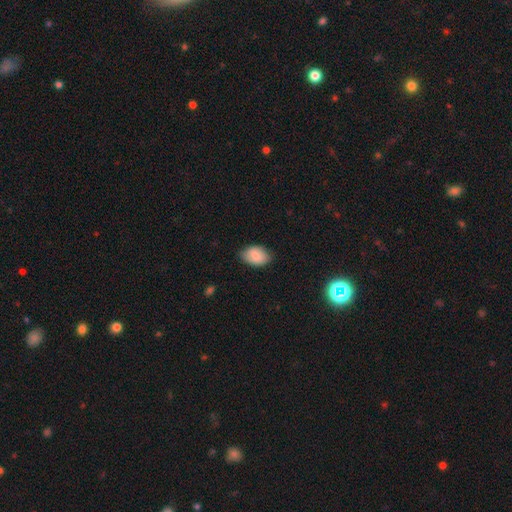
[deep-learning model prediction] Smooth or featured? smooth (85%)
How rounded? in between (86%)
Merging? none (77%)